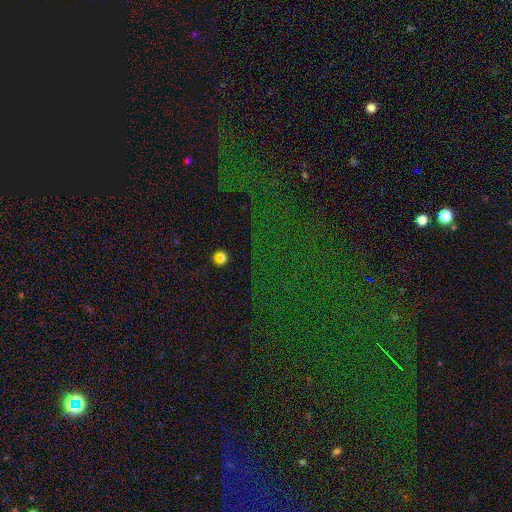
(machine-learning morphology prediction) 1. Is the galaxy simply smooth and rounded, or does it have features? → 80% star or artifact, 11% smooth, 9% featured or disk.